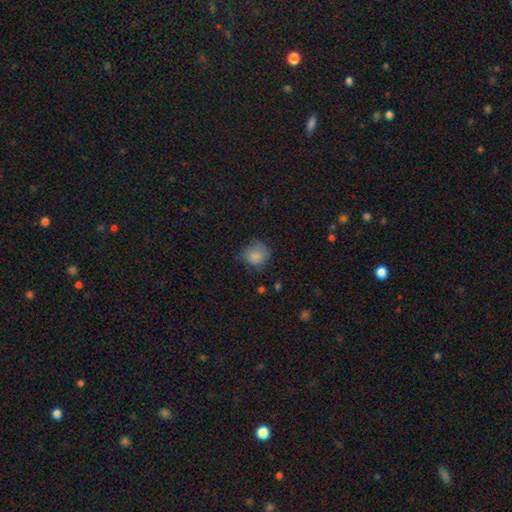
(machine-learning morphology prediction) Smooth or featured? smooth (82%)
How rounded? round (79%)
Merging? none (61%)